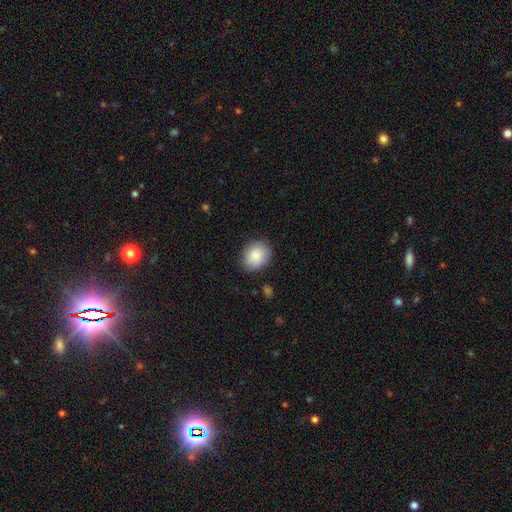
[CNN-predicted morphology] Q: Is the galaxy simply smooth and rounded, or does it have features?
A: smooth — 88%.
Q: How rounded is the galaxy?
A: round — 52%.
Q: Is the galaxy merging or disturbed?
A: none — 85%.